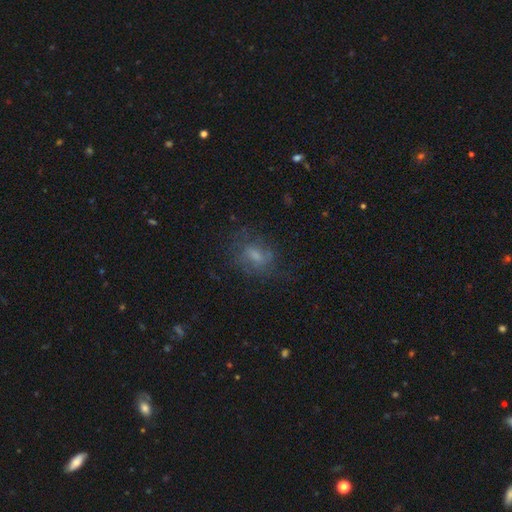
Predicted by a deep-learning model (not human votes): Smooth or featured? Predicted: smooth (p=0.46). Merging? Predicted: none (p=0.61).